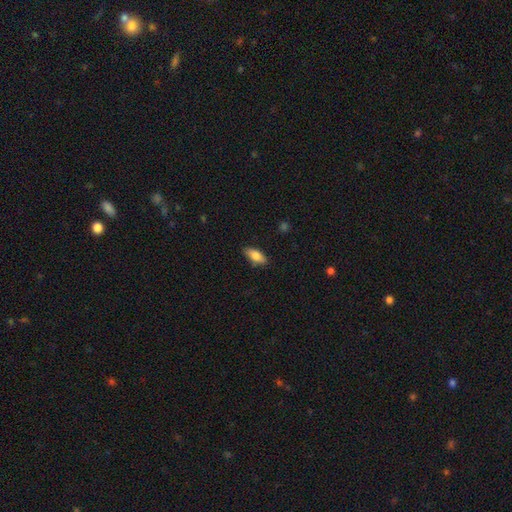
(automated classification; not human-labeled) A smooth galaxy with no disk features (81%) that is in between round and cigar-shaped (84%). Merging: none (84%).